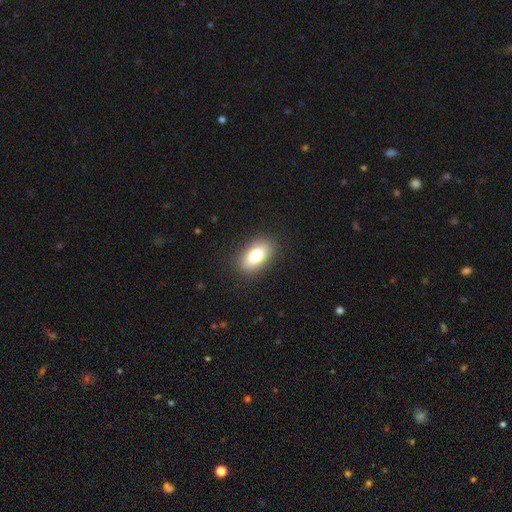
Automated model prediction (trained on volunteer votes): This is likely a smooth galaxy (77%). How rounded: clearly in between (88%). Merging: clearly none (88%).